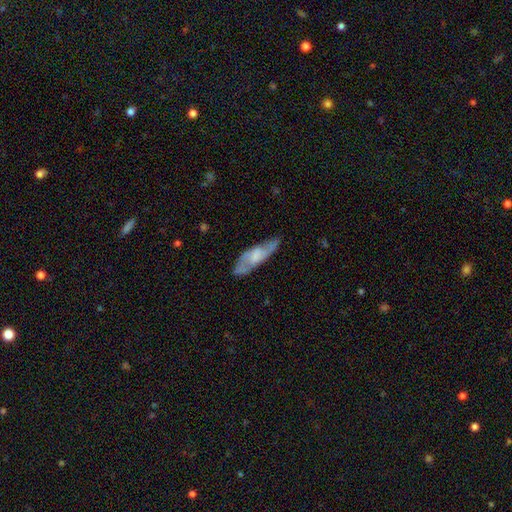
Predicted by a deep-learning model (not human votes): featured or disk 56%, smooth 38%, star or artifact 6%. Down the decision tree: edge-on disk — no (72%); merging — none (71%).